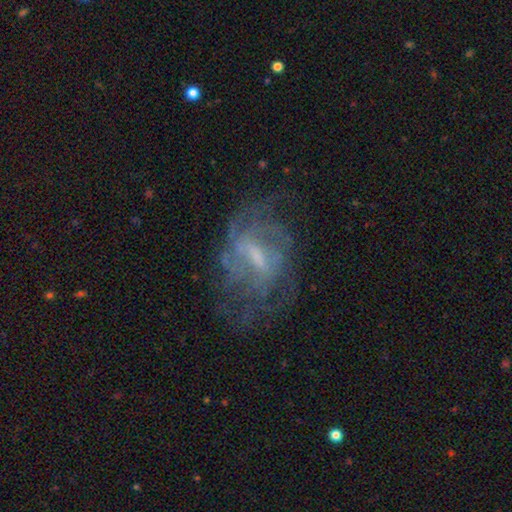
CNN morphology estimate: Smooth or featured?
  - featured or disk: 74% *
  - smooth: 16%
  - star or artifact: 10%
Edge-on disk?
  - no: 95% *
  - yes: 5%
Bar?
  - weak: 53% *
  - strong: 25%
  - no: 22%
Spiral arms?
  - yes: 71% *
  - no: 29%
Bulge size?
  - small: 37% *
  - moderate: 36%
  - none: 21%
  - large: 5%
  - dominant: 1%
Merging?
  - none: 53% *
  - major disturbance: 25%
  - minor disturbance: 20%
  - merger: 2%